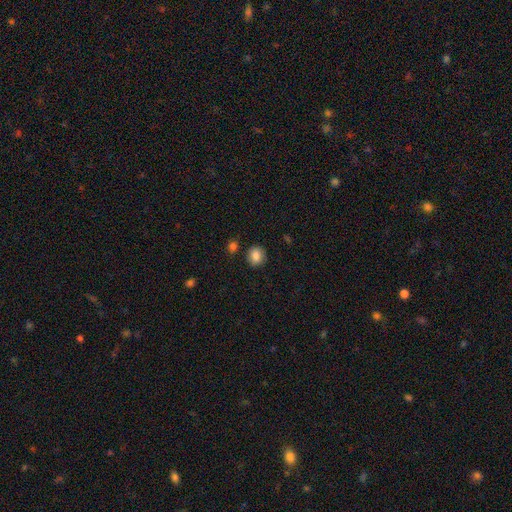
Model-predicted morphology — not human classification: Smooth or featured: smooth — 86% (star or artifact — 9%)
How rounded: round — 76% (in between — 23%)
Merging: none — 83% (minor disturbance — 10%)